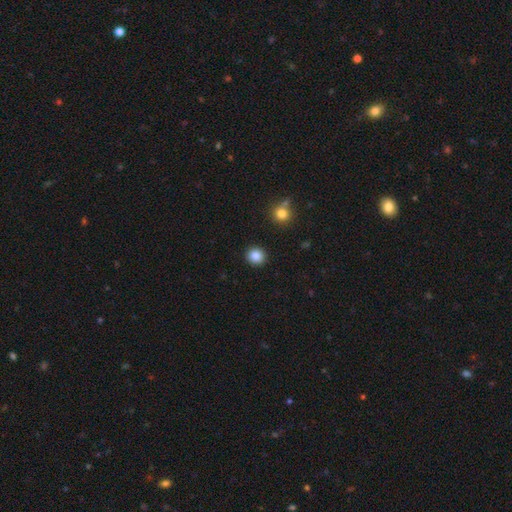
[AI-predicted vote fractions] Smooth or featured? smooth (85%)
How rounded? round (90%)
Merging? none (92%)